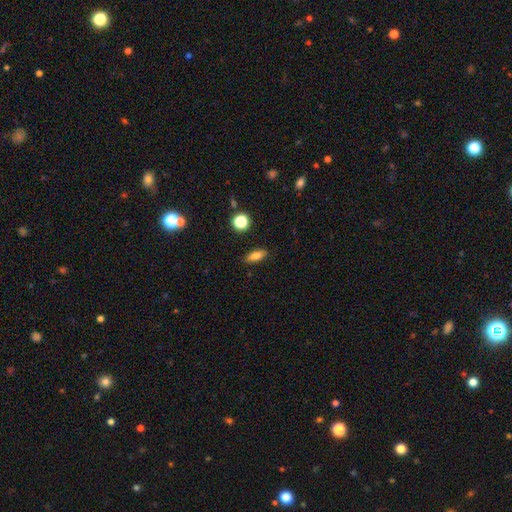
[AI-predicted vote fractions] Q: Smooth or featured?
A: smooth (79%); runner-up: featured or disk (11%)
Q: How rounded?
A: in between (72%); runner-up: cigar-shaped (22%)
Q: Merging?
A: none (87%); runner-up: minor disturbance (9%)